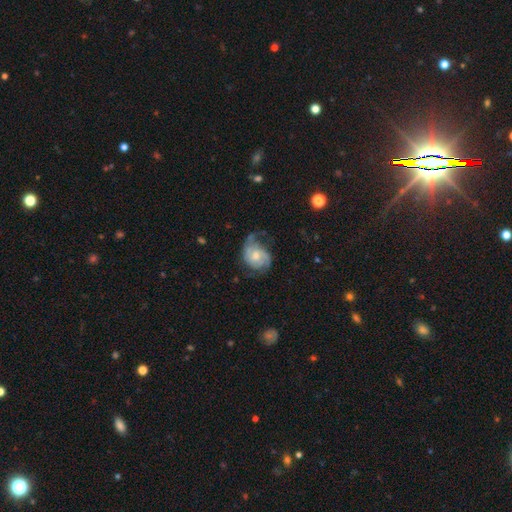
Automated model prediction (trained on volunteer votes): Smooth or featured: featured or disk — 74% (smooth — 20%)
Edge-on disk: no — 98% (yes — 2%)
Bar: no — 69% (weak — 27%)
Spiral arms: yes — 91% (no — 9%)
Spiral winding: medium — 42% (tight — 33%)
Spiral arm count: 2 — 64% (can't tell — 15%)
Bulge size: moderate — 57% (small — 31%)
Merging: none — 44% (minor disturbance — 28%)